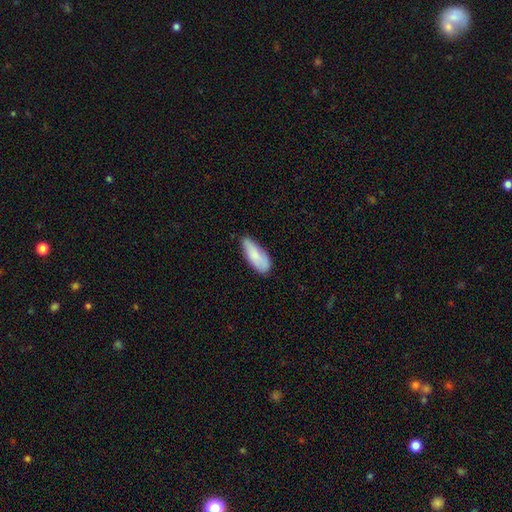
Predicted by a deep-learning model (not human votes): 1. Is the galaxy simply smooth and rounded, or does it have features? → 80% smooth, 14% featured or disk, 6% star or artifact.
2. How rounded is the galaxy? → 75% in between, 23% cigar-shaped, 2% round.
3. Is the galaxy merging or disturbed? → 65% none, 29% minor disturbance, 5% major disturbance, 2% merger.